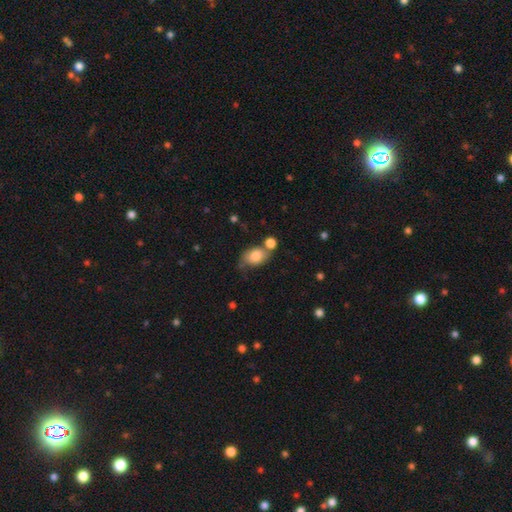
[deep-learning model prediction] Overall: smooth (80%). How rounded: in between (72%). Merging: none (48%; merger 23%).